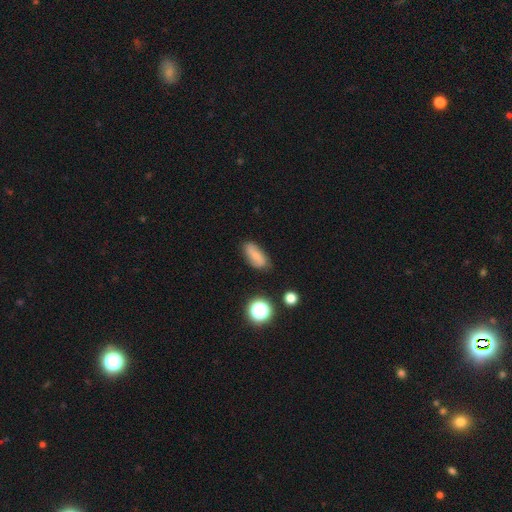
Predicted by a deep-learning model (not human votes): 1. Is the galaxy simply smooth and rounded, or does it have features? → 64% smooth, 25% featured or disk, 11% star or artifact.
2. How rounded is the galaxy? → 82% in between, 12% cigar-shaped, 6% round.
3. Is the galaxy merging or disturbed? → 75% none, 18% minor disturbance, 4% major disturbance, 2% merger.